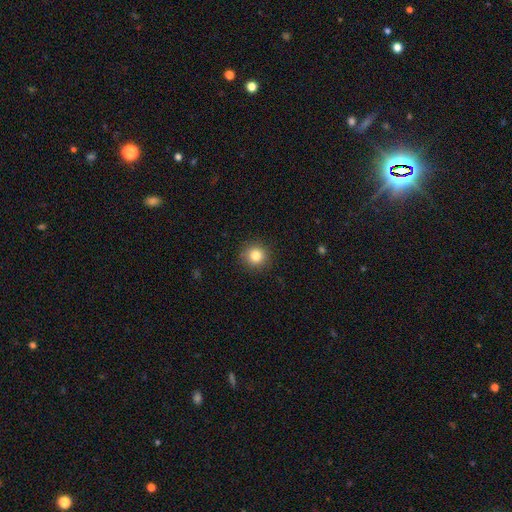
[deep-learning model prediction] Overall: smooth (82%). How rounded: round (94%). Merging: none (91%).